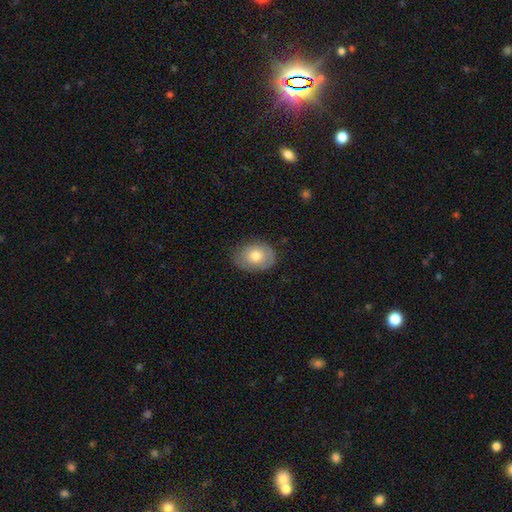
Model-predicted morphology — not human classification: A smooth galaxy with no disk features (66%) that is in between round and cigar-shaped (69%). Merging: none (77%).